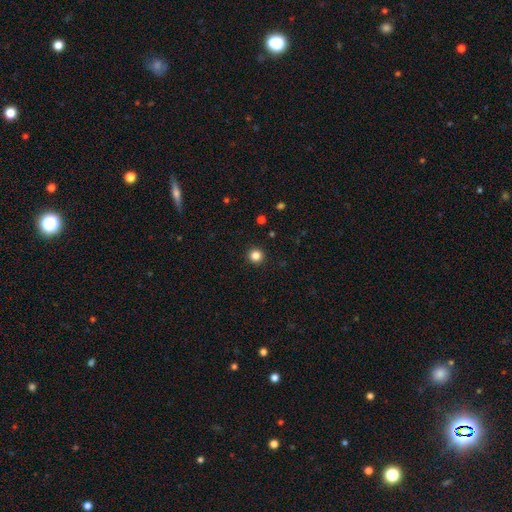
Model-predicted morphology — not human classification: A smooth galaxy with no disk features (84%) that is round (95%).

Vote fractions:
- Smooth or featured? smooth: 84% / star or artifact: 12% / featured or disk: 4%
- How rounded? round: 95% / in between: 4% / cigar-shaped: 1%
- Merging? none: 93% / minor disturbance: 4% / major disturbance: 2% / merger: 1%